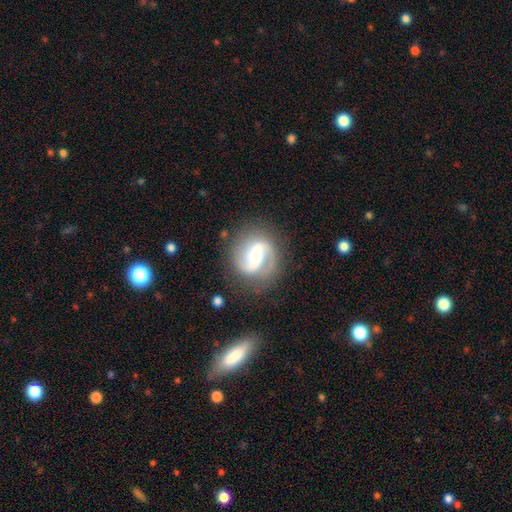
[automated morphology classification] This is clearly a featured or disk galaxy (85%). It is clearly not viewed edge-on (98%). Bar: marginally weak (44%). Spiral arm pattern: clearly yes (96%). Spiral arm count: clearly 2 (88%). Spiral winding: possibly medium (48%). Central bulge: possibly moderate (54%). Merging: likely none (80%).